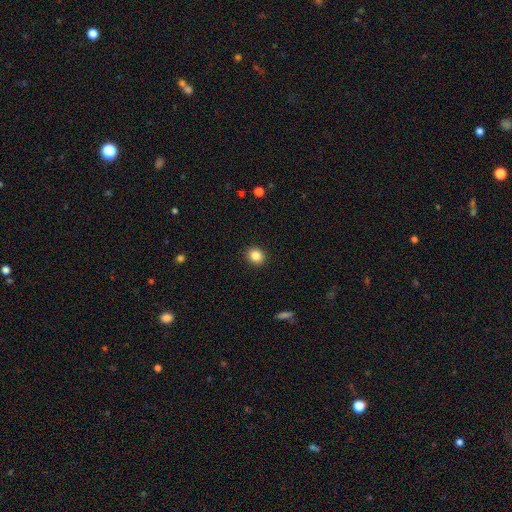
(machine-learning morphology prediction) smooth_or_featured: smooth (p=0.85) [alt: star or artifact p=0.10]
how_rounded: round (p=0.71) [alt: in between p=0.28]
merging: none (p=0.91) [alt: minor disturbance p=0.06]